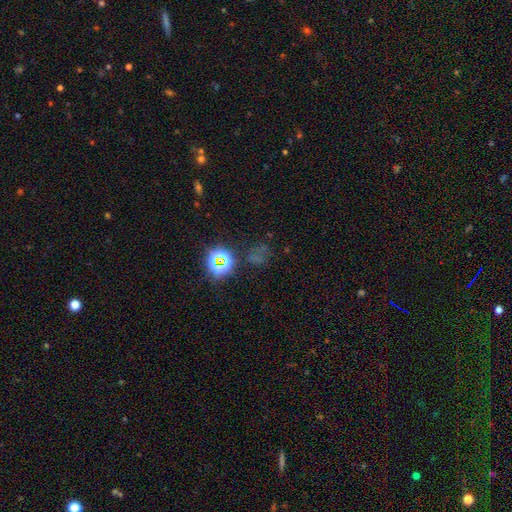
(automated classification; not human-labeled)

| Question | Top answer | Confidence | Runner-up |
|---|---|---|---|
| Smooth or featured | star or artifact | 70% | smooth (21%) |